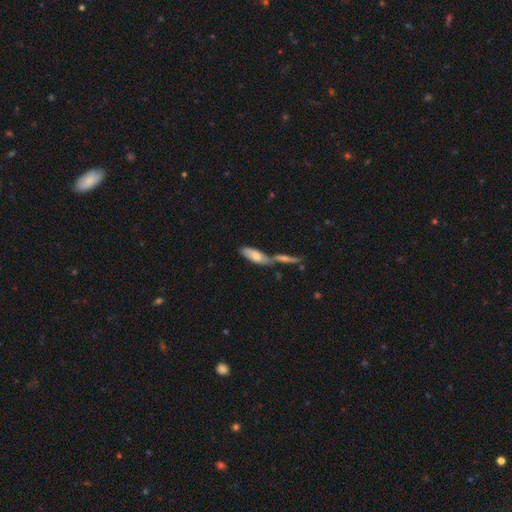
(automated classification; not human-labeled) smooth_or_featured: smooth (p=0.68) [alt: featured or disk p=0.26]
how_rounded: in between (p=0.64) [alt: cigar-shaped p=0.34]
merging: merger (p=0.49) [alt: none p=0.37]